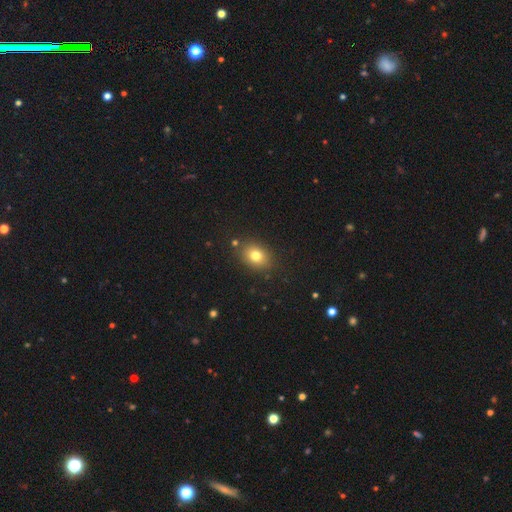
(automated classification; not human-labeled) Smooth or featured? Predicted: smooth (p=0.77). How rounded? Predicted: in between (p=0.58). Merging? Predicted: none (p=0.84).